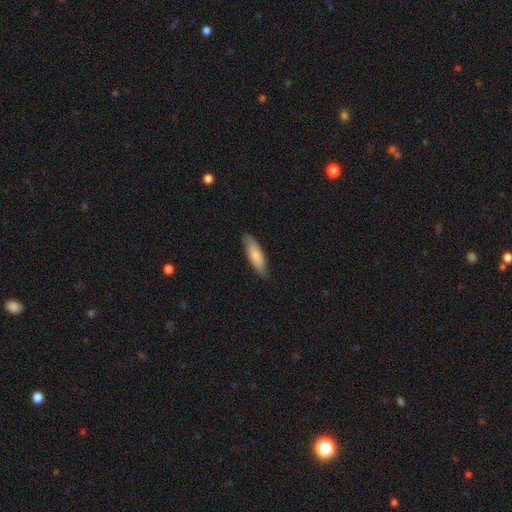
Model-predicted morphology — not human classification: A smooth galaxy with no disk features (80%) that is cigar-shaped (56%).

Vote fractions:
- Smooth or featured? smooth: 80% / featured or disk: 15% / star or artifact: 5%
- How rounded? cigar-shaped: 56% / in between: 43% / round: 2%
- Merging? none: 84% / minor disturbance: 13% / major disturbance: 2% / merger: 1%